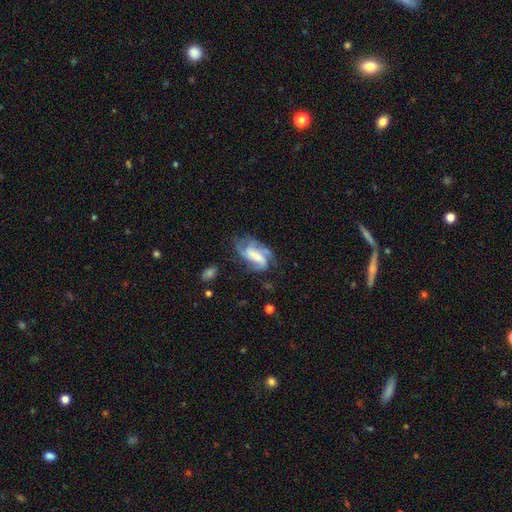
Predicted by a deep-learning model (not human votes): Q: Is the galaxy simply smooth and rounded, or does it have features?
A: featured or disk — 71%.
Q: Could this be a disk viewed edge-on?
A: no — 94%.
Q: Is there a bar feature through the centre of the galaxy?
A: strong — 39%.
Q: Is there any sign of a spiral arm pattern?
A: yes — 88%.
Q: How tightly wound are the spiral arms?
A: medium — 43%.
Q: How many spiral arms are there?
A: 2 — 35%.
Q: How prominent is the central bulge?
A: moderate — 31%.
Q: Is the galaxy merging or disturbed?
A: none — 49%.